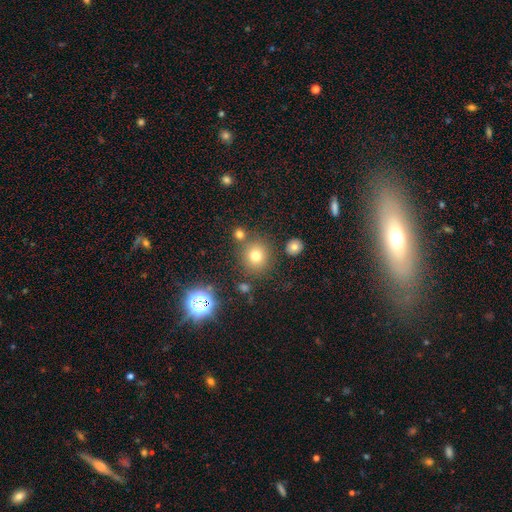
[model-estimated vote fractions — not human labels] This is likely a smooth galaxy (72%). How rounded: clearly round (88%). Merging: likely none (79%).